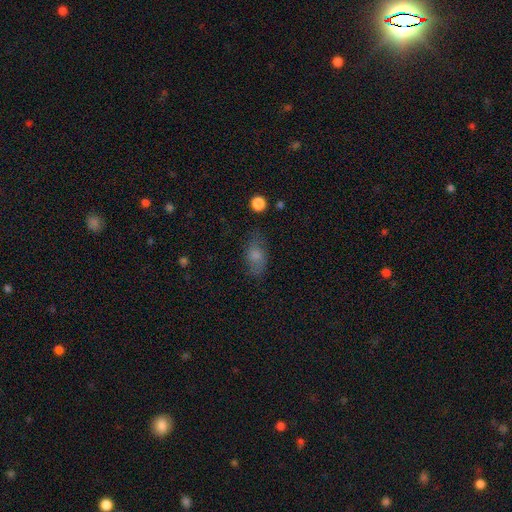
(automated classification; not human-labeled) This appears to be a smooth galaxy with no disk features (72%) that is in between round and cigar-shaped (85%). Merging: none (70%).